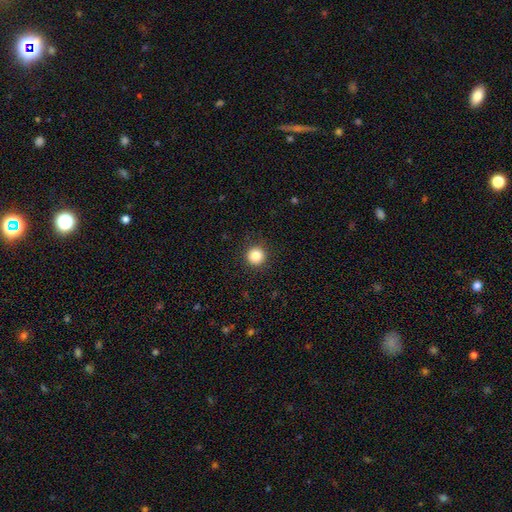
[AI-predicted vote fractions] Smooth or featured: smooth — 85% (star or artifact — 11%)
How rounded: round — 96% (in between — 3%)
Merging: none — 92% (minor disturbance — 5%)